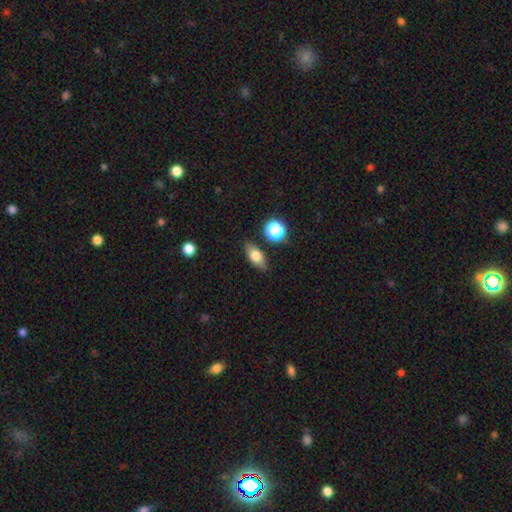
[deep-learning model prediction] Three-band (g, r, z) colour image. It shows a smooth galaxy with no disk features (68%) that is in between round and cigar-shaped (74%). Merging: none (83%).